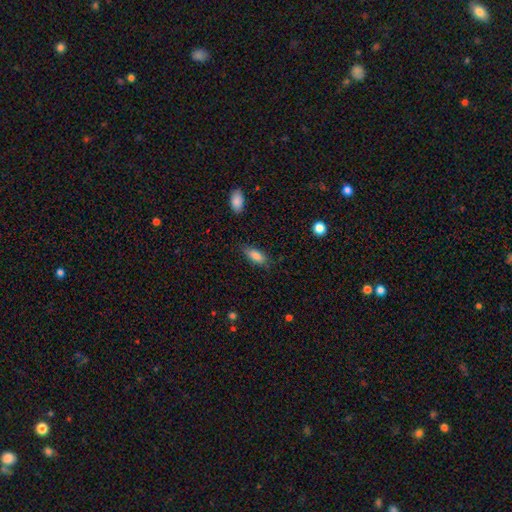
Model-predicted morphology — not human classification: type=smooth (84%); roundness=in between (76%); merging=none (79%).